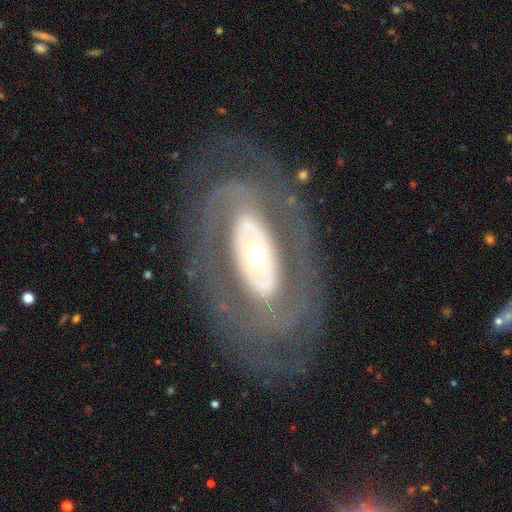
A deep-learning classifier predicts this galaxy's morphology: type=featured or disk (82%); edge-on=no (93%); bar=no (65%); spiral arms=yes (69%); winding=tight (58%); arm count=2 (53%); bulge=moderate (50%); merging=none (75%).